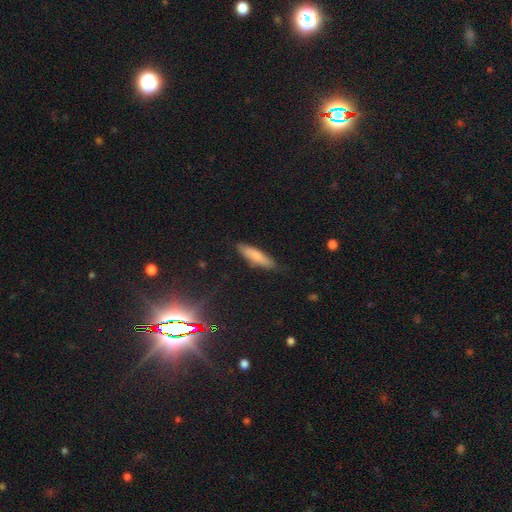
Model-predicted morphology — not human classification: smooth 77%, featured or disk 17%, star or artifact 7%. Down the decision tree: how rounded — cigar-shaped (71%); merging — none (82%).